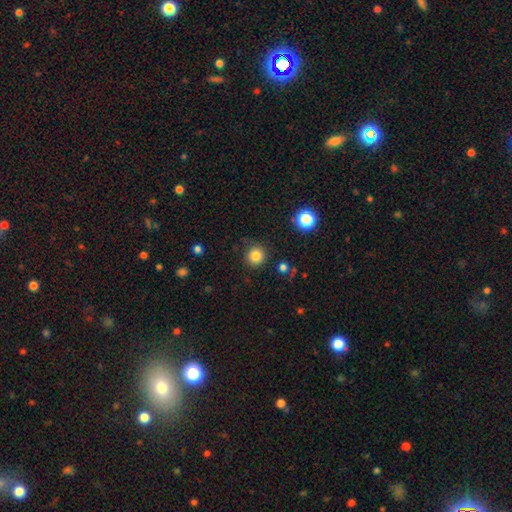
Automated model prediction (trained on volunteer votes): Q: Smooth or featured?
A: smooth (83%); runner-up: star or artifact (13%)
Q: How rounded?
A: round (93%); runner-up: in between (6%)
Q: Merging?
A: none (85%); runner-up: minor disturbance (9%)